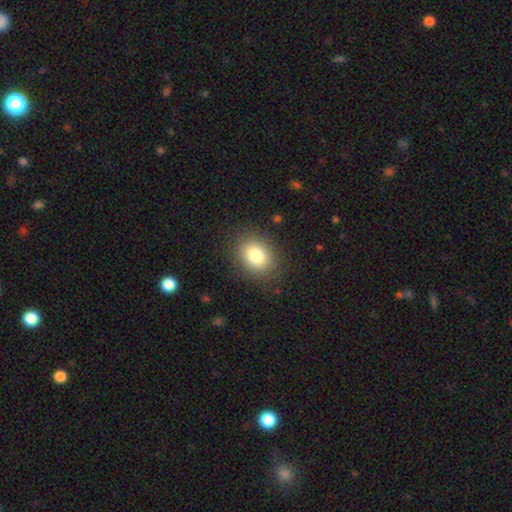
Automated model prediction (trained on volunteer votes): smooth-or-featured: smooth: 82% | star or artifact: 10% | featured or disk: 8%
  how-rounded: in between: 56% | round: 44% | cigar-shaped: 1%
  merging: none: 86% | minor disturbance: 9% | major disturbance: 4% | merger: 1%